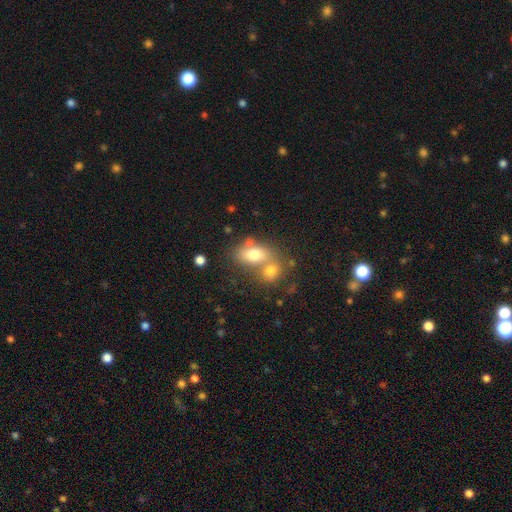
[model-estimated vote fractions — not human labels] Overall: smooth (71%). How rounded: in between (78%). Merging: merger (55%; none 31%).